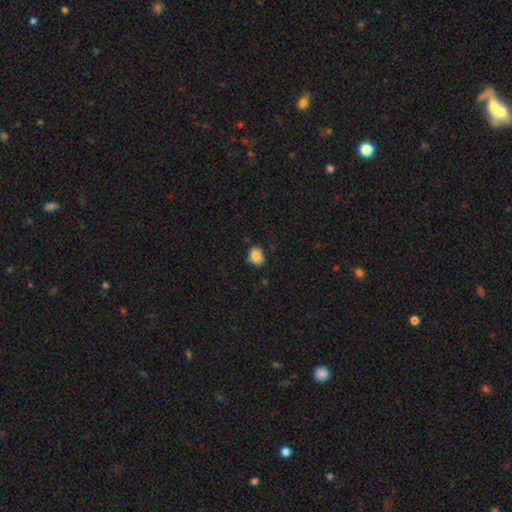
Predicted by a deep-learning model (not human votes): Smooth or featured? smooth (83%)
How rounded? in between (54%)
Merging? none (69%)